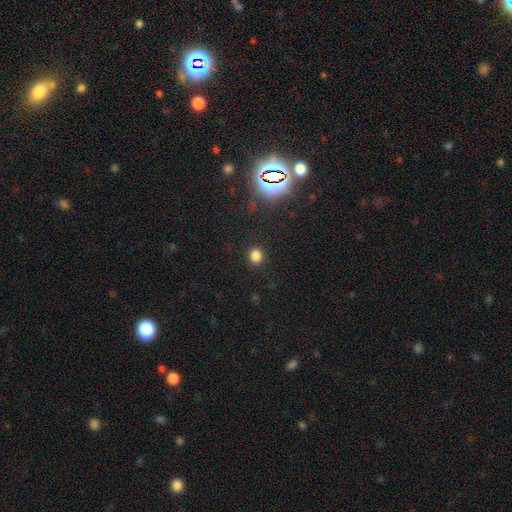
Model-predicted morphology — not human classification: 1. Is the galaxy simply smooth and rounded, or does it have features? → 80% smooth, 16% star or artifact, 4% featured or disk.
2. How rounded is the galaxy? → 83% round, 16% in between, 1% cigar-shaped.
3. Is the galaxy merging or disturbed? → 90% none, 6% minor disturbance, 2% major disturbance, 1% merger.